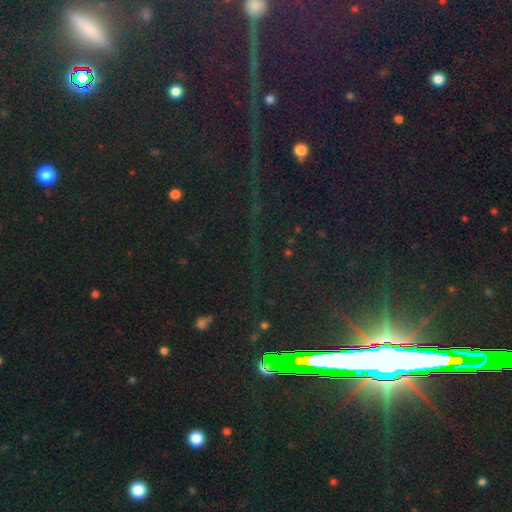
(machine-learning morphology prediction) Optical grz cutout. It shows a star or artifact, not a galaxy (85%).